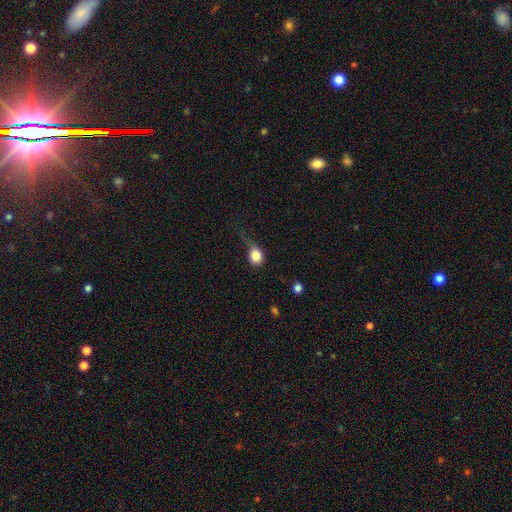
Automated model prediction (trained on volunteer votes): This appears to be a smooth galaxy with no disk features (81%) that is round (68%). Merging: none (34%).